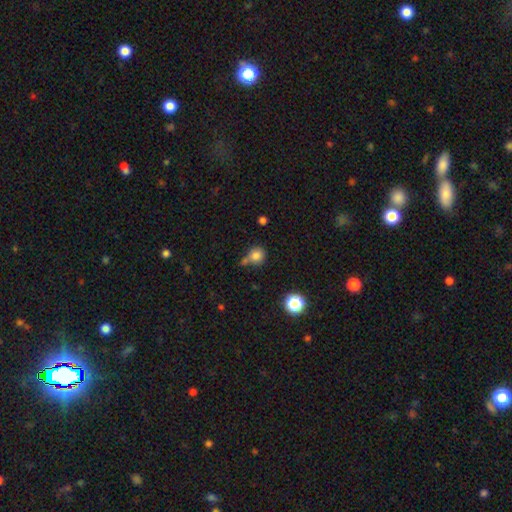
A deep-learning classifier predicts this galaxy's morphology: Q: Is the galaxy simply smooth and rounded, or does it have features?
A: smooth — 80%.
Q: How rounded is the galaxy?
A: round — 82%.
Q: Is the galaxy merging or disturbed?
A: none — 52%.